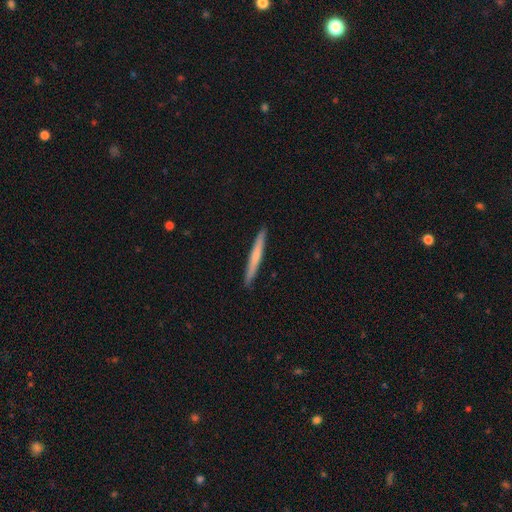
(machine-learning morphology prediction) This appears to be a smooth galaxy with no disk features (58%) that is cigar-shaped (97%). Merging: none (92%).